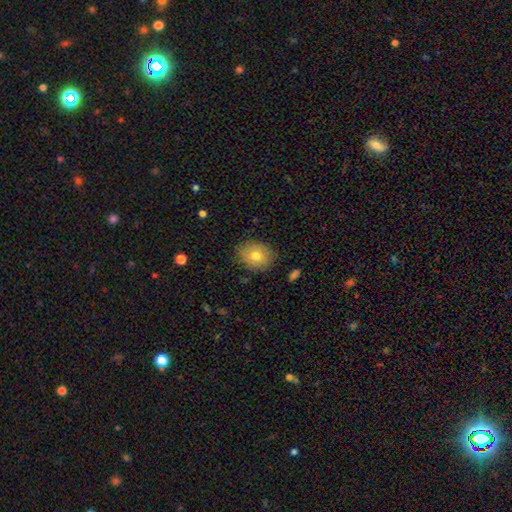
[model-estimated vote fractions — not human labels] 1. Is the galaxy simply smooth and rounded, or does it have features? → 76% smooth, 15% featured or disk, 9% star or artifact.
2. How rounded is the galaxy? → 56% round, 43% in between, 1% cigar-shaped.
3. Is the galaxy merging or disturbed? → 85% none, 11% minor disturbance, 3% major disturbance, 1% merger.